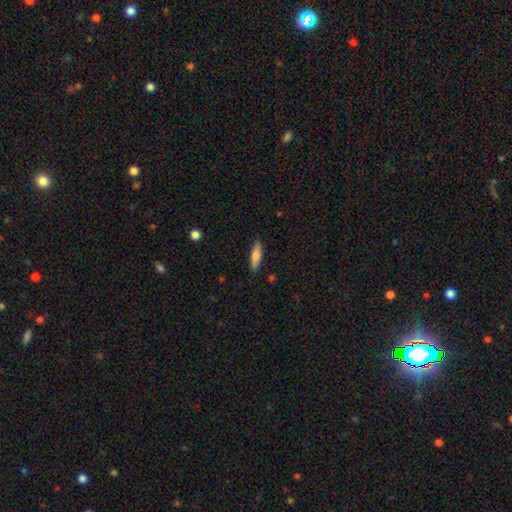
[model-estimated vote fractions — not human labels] The model was most divided on "smooth or featured": smooth: 69%, featured or disk: 26%, star or artifact: 6%. More confident: merging — none (88%); how rounded — cigar-shaped (71%).